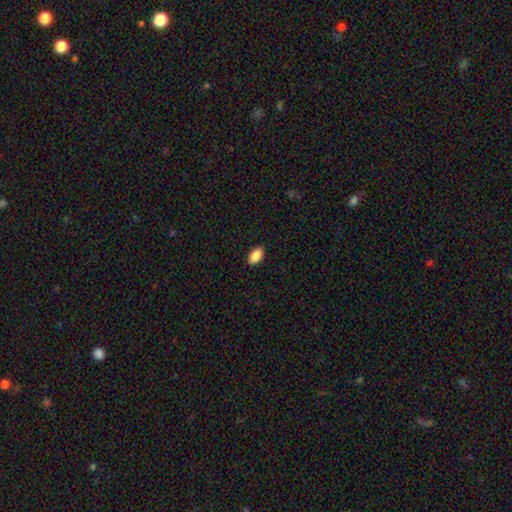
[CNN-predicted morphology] Smooth or featured: smooth — 89% (star or artifact — 7%)
How rounded: in between — 94% (round — 4%)
Merging: none — 90% (minor disturbance — 8%)